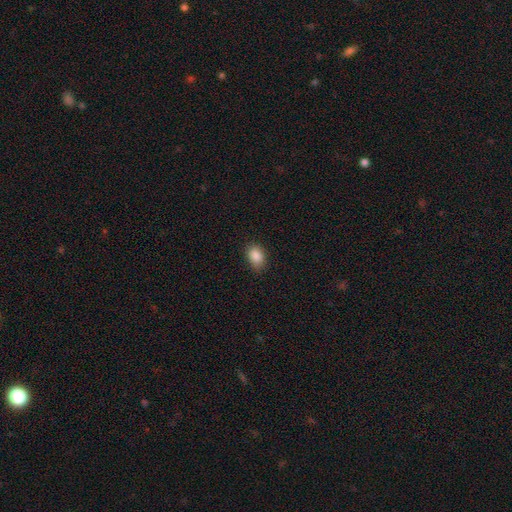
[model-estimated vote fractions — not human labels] A smooth galaxy with no disk features (87%) that is in between round and cigar-shaped (83%). Merging: none (83%).